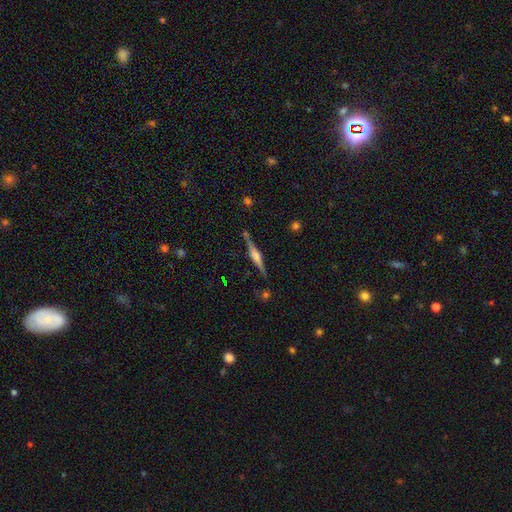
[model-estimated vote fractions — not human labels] Smooth or featured? featured or disk (75%)
Edge-on disk? yes (98%)
Edge-on bulge? rounded (76%)
Merging? none (84%)